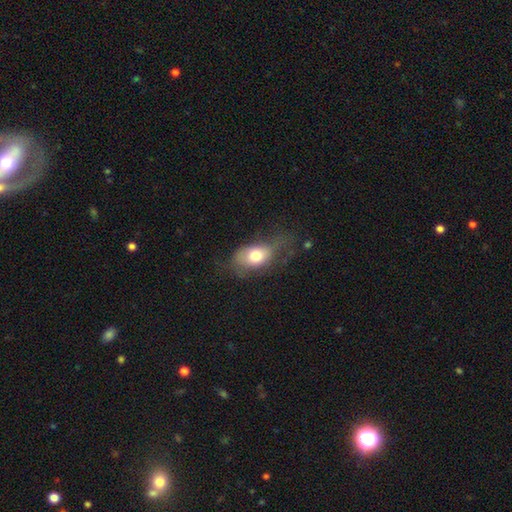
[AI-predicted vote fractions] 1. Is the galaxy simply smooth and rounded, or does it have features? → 71% smooth, 20% featured or disk, 8% star or artifact.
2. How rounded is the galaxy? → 85% in between, 13% round, 2% cigar-shaped.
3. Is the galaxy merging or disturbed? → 40% none, 31% minor disturbance, 26% major disturbance, 2% merger.